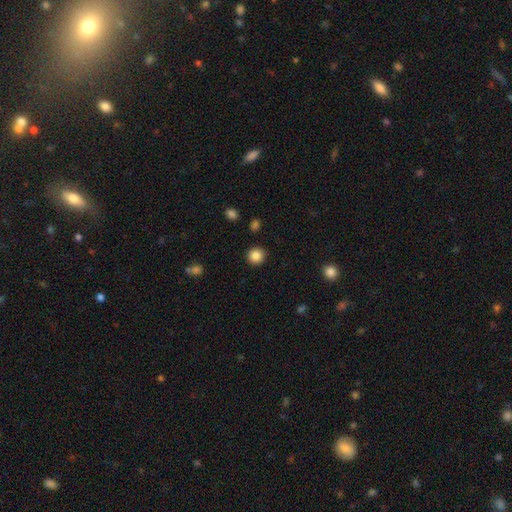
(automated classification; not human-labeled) Smooth or featured: smooth — 85% (star or artifact — 10%)
How rounded: round — 93% (in between — 6%)
Merging: none — 92% (minor disturbance — 5%)